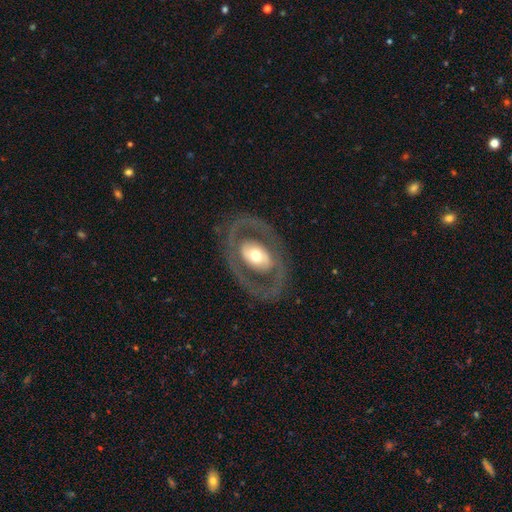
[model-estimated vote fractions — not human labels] Smooth or featured? featured or disk (71%)
Edge-on disk? no (93%)
Bar? no (63%)
Spiral arms? no (67%)
Bulge size? moderate (63%)
Merging? none (77%)